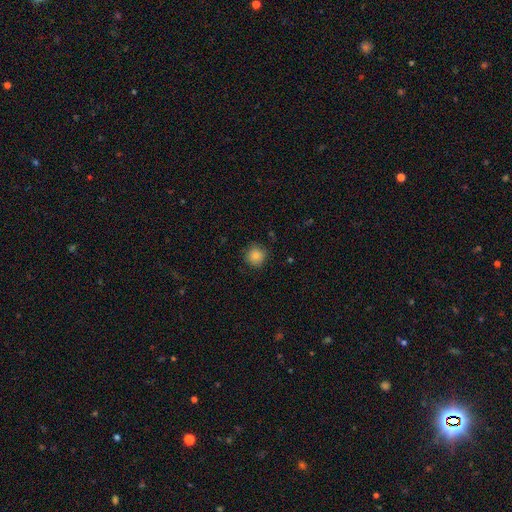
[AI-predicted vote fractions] Smooth or featured? Predicted: smooth (p=0.85). How rounded? Predicted: round (p=0.91). Merging? Predicted: none (p=0.83).